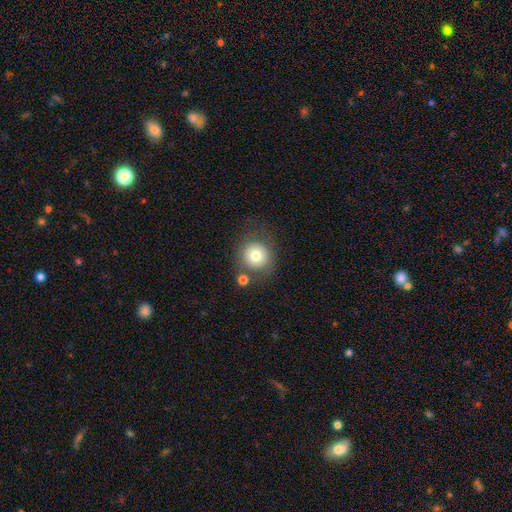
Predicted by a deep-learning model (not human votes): This is likely a smooth galaxy (74%). How rounded: clearly round (91%). Merging: likely none (66%).